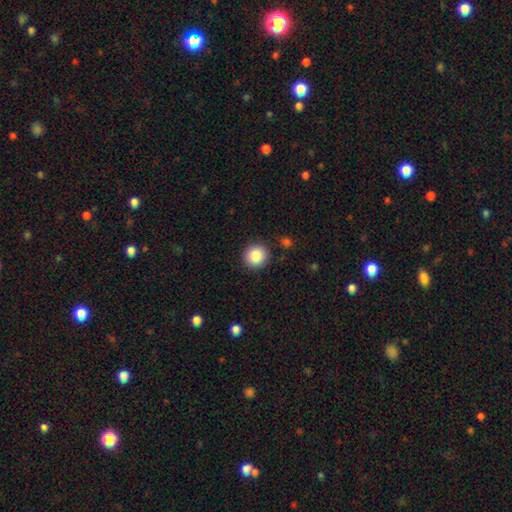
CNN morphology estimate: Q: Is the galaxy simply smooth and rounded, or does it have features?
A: smooth — 86%.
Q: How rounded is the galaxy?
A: round — 92%.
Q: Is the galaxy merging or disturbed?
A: none — 90%.